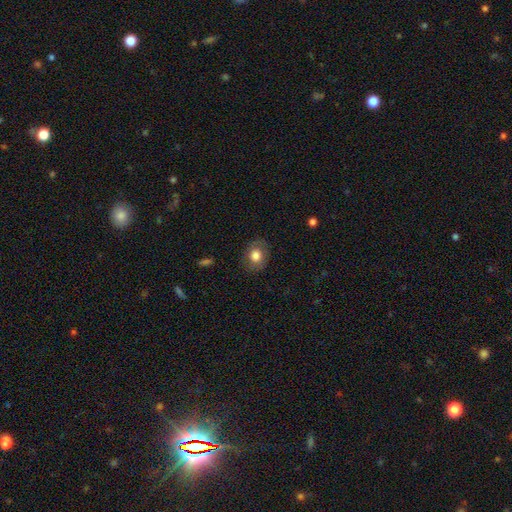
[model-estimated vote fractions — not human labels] Q: Smooth or featured?
A: smooth (76%); runner-up: featured or disk (15%)
Q: How rounded?
A: round (57%); runner-up: in between (42%)
Q: Merging?
A: none (83%); runner-up: minor disturbance (12%)